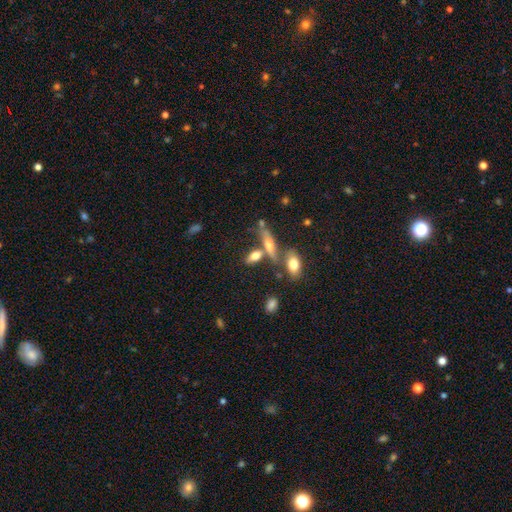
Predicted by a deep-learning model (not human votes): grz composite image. It shows a smooth galaxy with no disk features (63%) that is in between round and cigar-shaped (60%). Merging: none (49%).